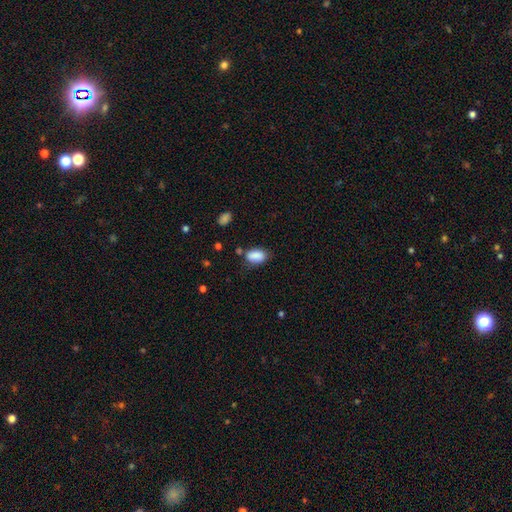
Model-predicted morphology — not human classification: This appears to be a smooth galaxy with no disk features (86%) that is in between round and cigar-shaped (89%). Merging: none (65%).